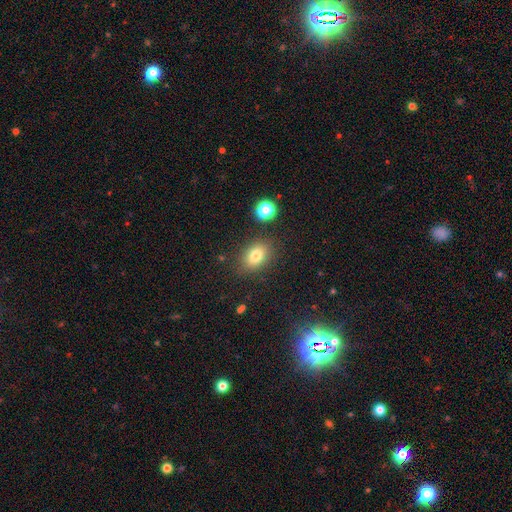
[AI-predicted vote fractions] A smooth galaxy with no disk features (80%) that is in between round and cigar-shaped (77%).

Vote fractions:
- Smooth or featured? smooth: 80% / star or artifact: 11% / featured or disk: 9%
- How rounded? in between: 77% / round: 22% / cigar-shaped: 2%
- Merging? none: 83% / minor disturbance: 11% / major disturbance: 3% / merger: 3%